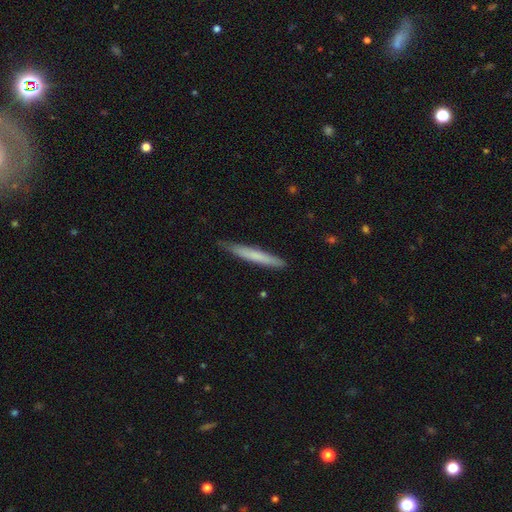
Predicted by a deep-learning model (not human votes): Overall: smooth (67%; featured or disk 28%). How rounded: cigar-shaped (96%). Merging: none (84%).